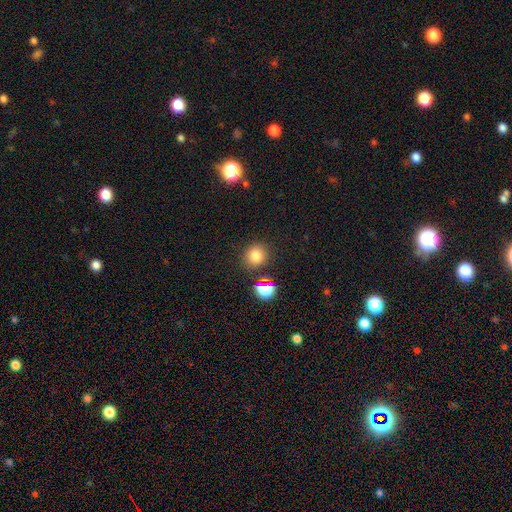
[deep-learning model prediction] A smooth galaxy with no disk features (79%) that is round (85%).

Vote fractions:
- Smooth or featured? smooth: 79% / star or artifact: 15% / featured or disk: 6%
- How rounded? round: 85% / in between: 14% / cigar-shaped: 1%
- Merging? none: 83% / minor disturbance: 8% / merger: 6% / major disturbance: 3%